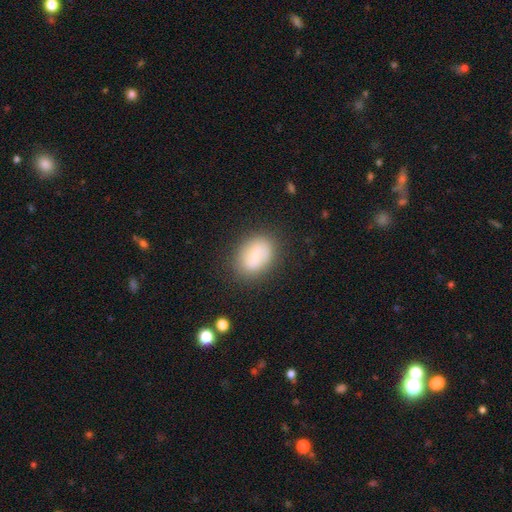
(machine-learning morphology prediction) A smooth galaxy with no disk features (70%) that is in between round and cigar-shaped (75%). Merging: none (79%).